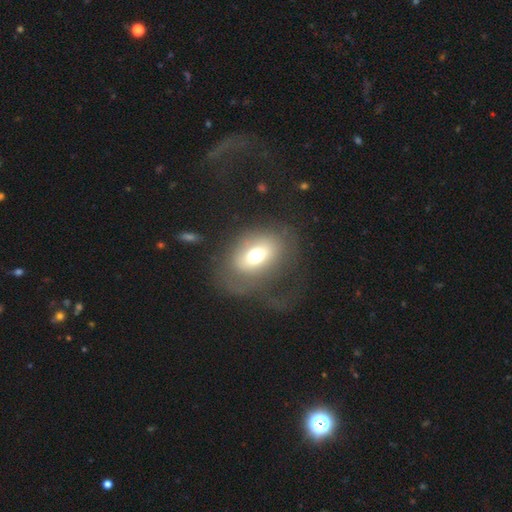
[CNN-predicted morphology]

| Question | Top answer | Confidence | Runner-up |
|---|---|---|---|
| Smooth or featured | smooth | 62% | featured or disk (26%) |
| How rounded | in between | 63% | round (36%) |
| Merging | none | 46% | major disturbance (33%) |